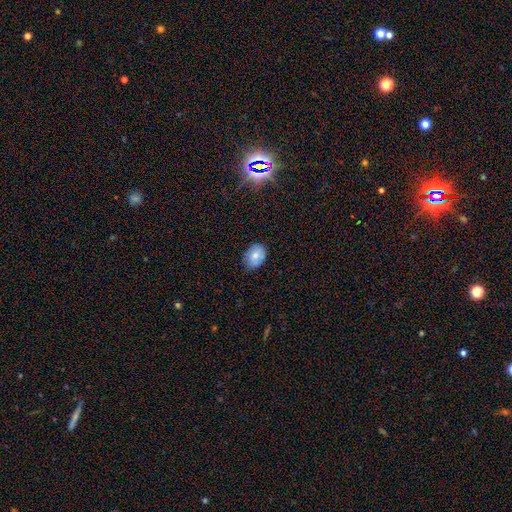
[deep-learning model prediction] smooth-or-featured: smooth: 74% | featured or disk: 17% | star or artifact: 9%
  how-rounded: in between: 72% | round: 27% | cigar-shaped: 1%
  merging: none: 76% | minor disturbance: 19% | major disturbance: 3% | merger: 1%